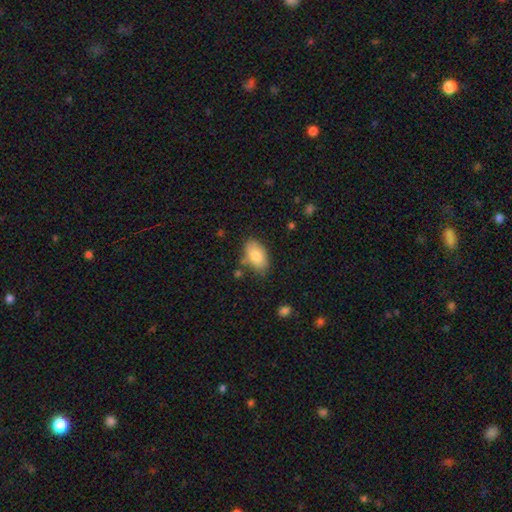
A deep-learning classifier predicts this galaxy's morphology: Smooth or featured? Predicted: smooth (p=0.82). How rounded? Predicted: in between (p=0.93). Merging? Predicted: none (p=0.73).